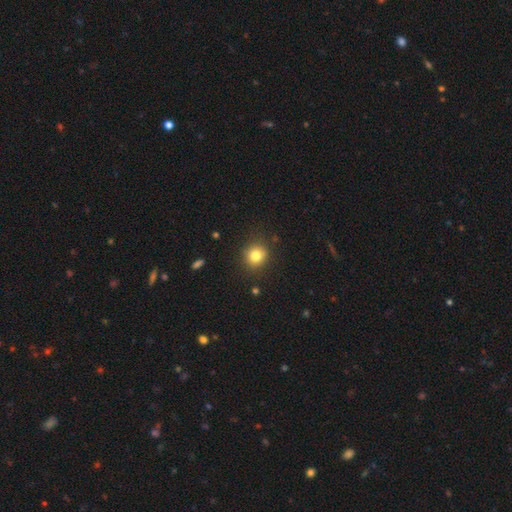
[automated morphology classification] Smooth or featured: smooth — 80% (star or artifact — 12%)
How rounded: round — 84% (in between — 15%)
Merging: none — 86% (minor disturbance — 10%)